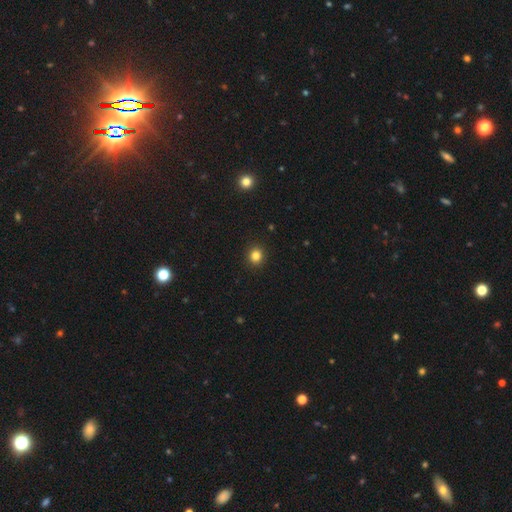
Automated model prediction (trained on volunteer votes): Smooth or featured?
  - smooth: 83% *
  - star or artifact: 13%
  - featured or disk: 5%
How rounded?
  - round: 85% *
  - in between: 14%
  - cigar-shaped: 1%
Merging?
  - none: 92% *
  - minor disturbance: 5%
  - major disturbance: 2%
  - merger: 1%